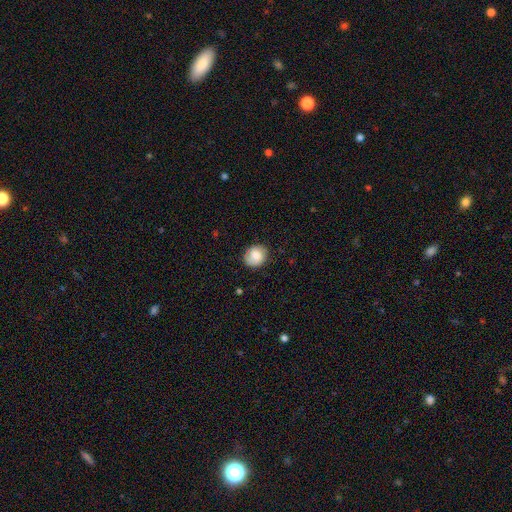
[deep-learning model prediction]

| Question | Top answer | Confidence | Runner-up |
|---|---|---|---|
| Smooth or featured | smooth | 76% | featured or disk (16%) |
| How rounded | round | 72% | in between (27%) |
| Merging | none | 79% | minor disturbance (16%) |